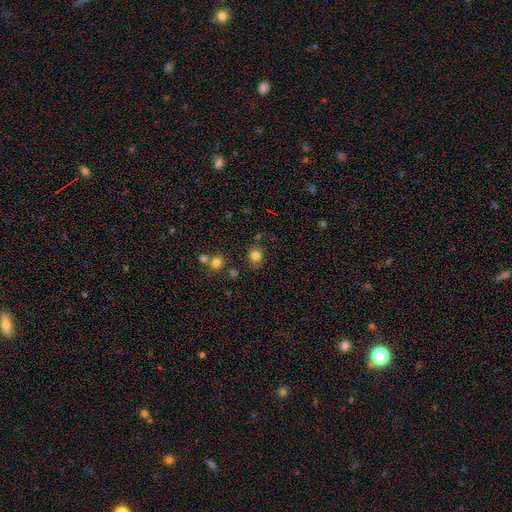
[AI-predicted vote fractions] Smooth or featured: smooth — 81% (star or artifact — 13%)
How rounded: round — 73% (in between — 26%)
Merging: none — 74% (minor disturbance — 16%)